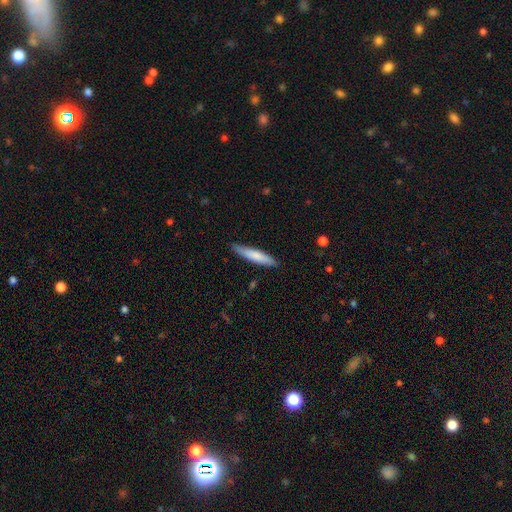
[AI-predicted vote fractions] Smooth or featured: smooth — 72% (featured or disk — 22%)
How rounded: cigar-shaped — 88% (in between — 11%)
Merging: none — 86% (minor disturbance — 11%)